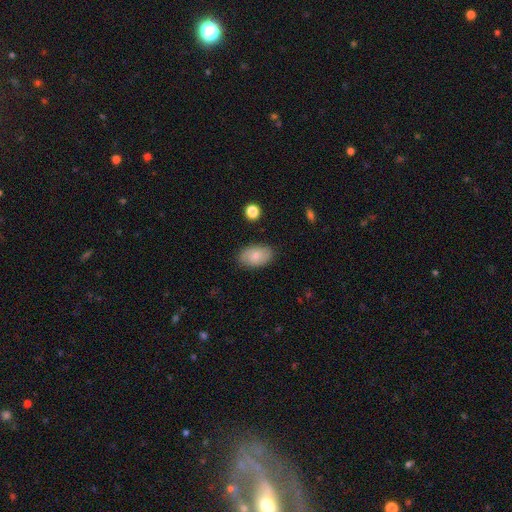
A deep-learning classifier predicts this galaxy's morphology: Smooth or featured: smooth — 74% (featured or disk — 19%)
How rounded: in between — 91% (round — 7%)
Merging: none — 83% (minor disturbance — 13%)